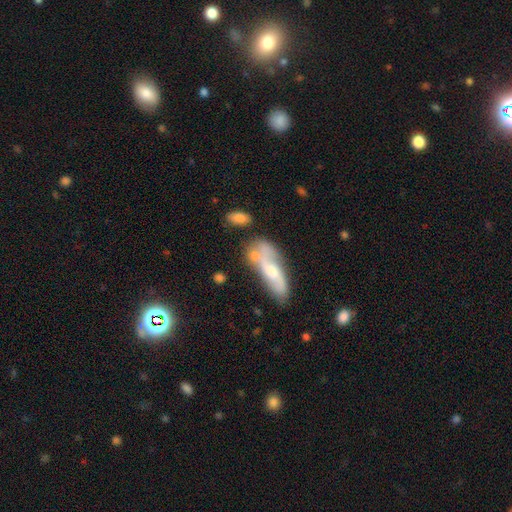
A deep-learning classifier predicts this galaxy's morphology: A smooth galaxy with no disk features (47%). Merging: none (39%).